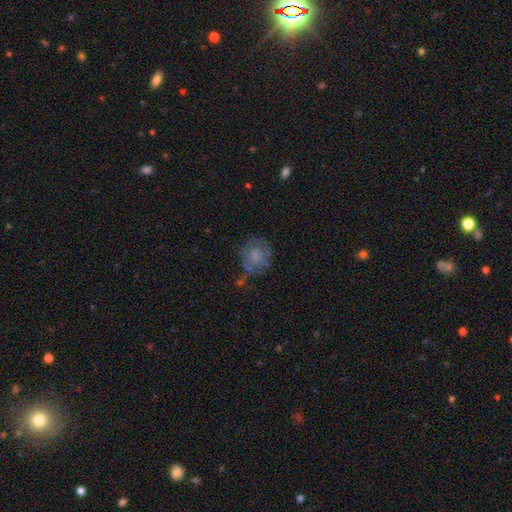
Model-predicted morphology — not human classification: smooth_or_featured: smooth (p=0.62) [alt: featured or disk p=0.28]
how_rounded: round (p=0.75) [alt: in between p=0.24]
merging: none (p=0.50) [alt: minor disturbance p=0.26]